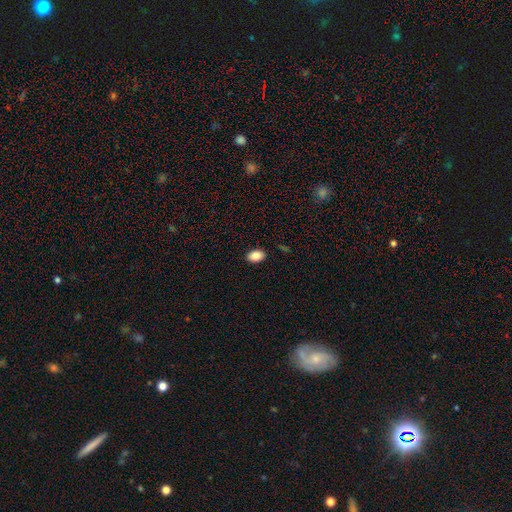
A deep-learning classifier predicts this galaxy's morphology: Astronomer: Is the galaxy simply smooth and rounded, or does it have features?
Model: smooth — 87%.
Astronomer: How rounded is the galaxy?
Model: in between — 88%.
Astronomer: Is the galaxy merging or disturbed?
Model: none — 90%.